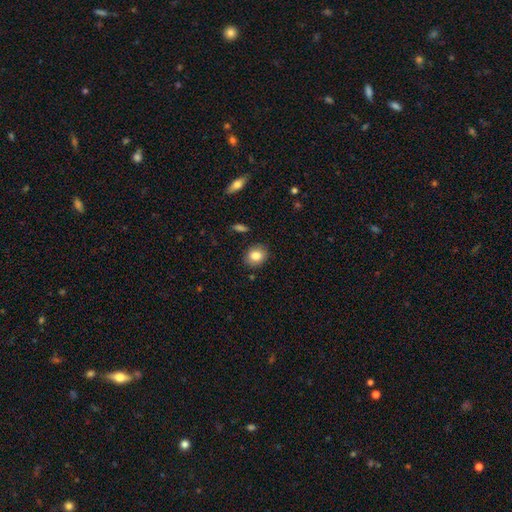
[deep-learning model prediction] Morphology: type=smooth (84%); roundness=round (57%); merging=none (87%).